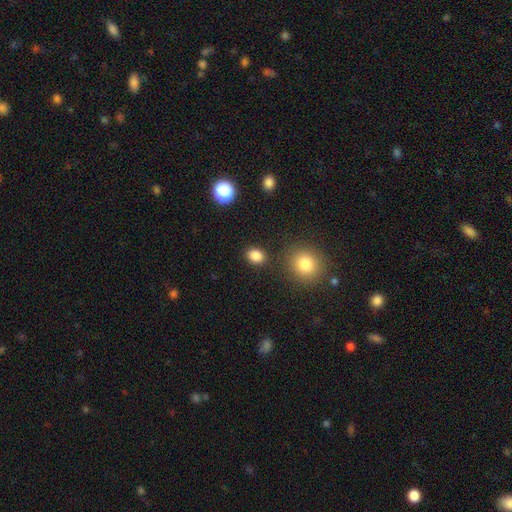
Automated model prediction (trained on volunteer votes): Smooth or featured: smooth — 85% (star or artifact — 11%)
How rounded: in between — 56% (round — 43%)
Merging: none — 84% (minor disturbance — 9%)